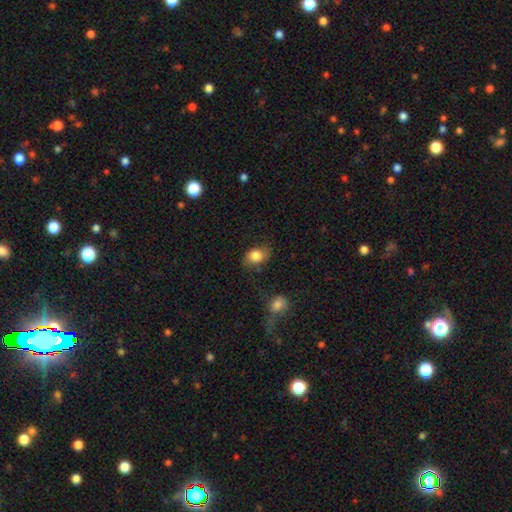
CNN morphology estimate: Smooth or featured?
  - smooth: 81% *
  - featured or disk: 11%
  - star or artifact: 8%
How rounded?
  - in between: 67% *
  - round: 32%
  - cigar-shaped: 1%
Merging?
  - none: 66% *
  - minor disturbance: 22%
  - major disturbance: 8%
  - merger: 4%